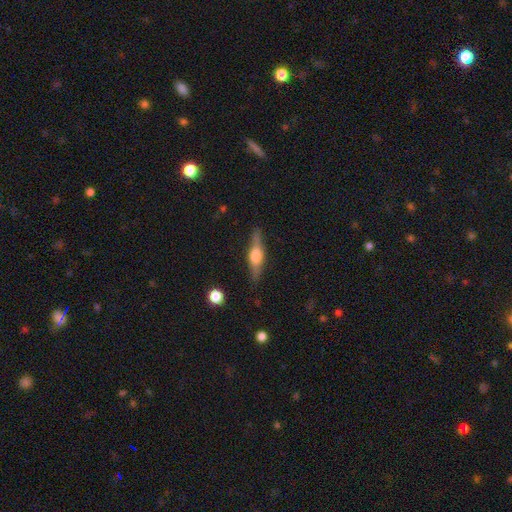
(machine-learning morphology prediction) Smooth or featured: featured or disk — 66% (smooth — 28%)
Edge-on disk: yes — 95% (no — 5%)
Edge-on bulge: rounded — 89% (boxy — 9%)
Merging: none — 85% (minor disturbance — 11%)